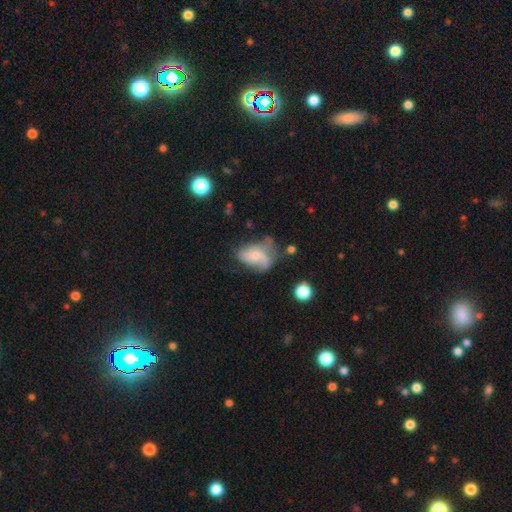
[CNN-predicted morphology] smooth_or_featured: featured or disk (p=0.48) [alt: smooth p=0.43]
merging: major disturbance (p=0.35) [alt: none p=0.28]